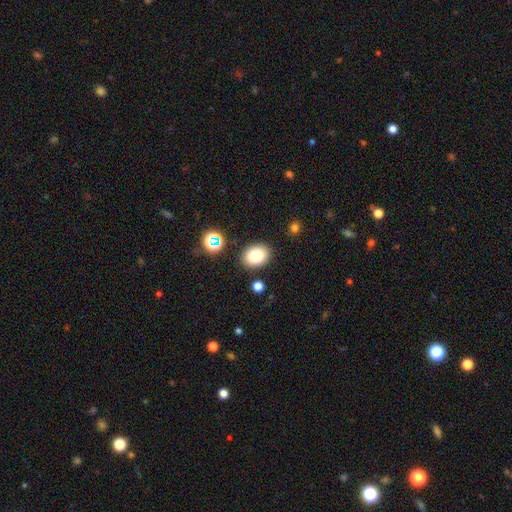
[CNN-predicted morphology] smooth_or_featured: smooth (p=0.83) [alt: star or artifact p=0.11]
how_rounded: in between (p=0.69) [alt: round p=0.30]
merging: none (p=0.85) [alt: minor disturbance p=0.09]